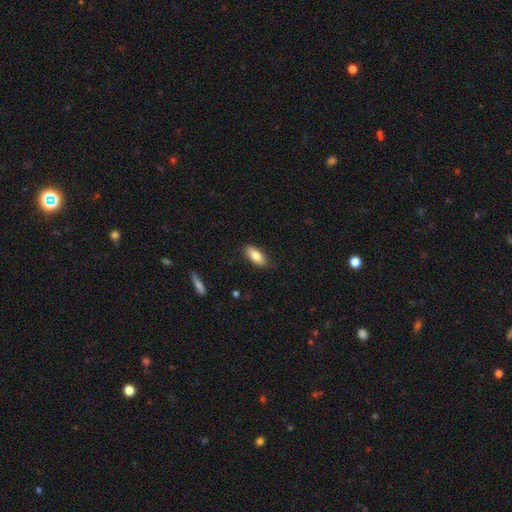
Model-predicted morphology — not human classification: Smooth or featured: smooth — 81% (featured or disk — 12%)
How rounded: in between — 79% (cigar-shaped — 19%)
Merging: none — 85% (minor disturbance — 12%)